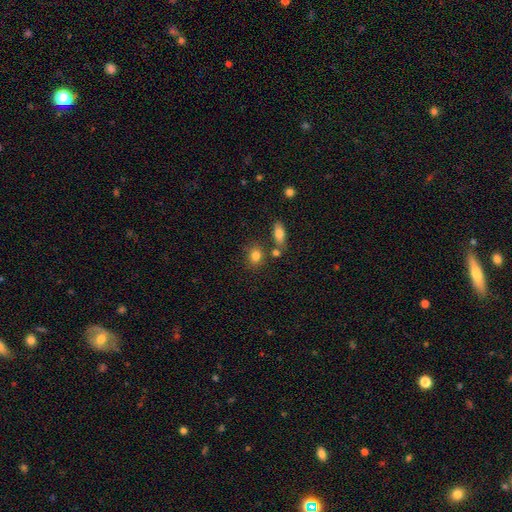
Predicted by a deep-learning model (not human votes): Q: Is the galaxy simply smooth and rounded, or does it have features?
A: smooth — 82%.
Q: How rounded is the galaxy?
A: round — 60%.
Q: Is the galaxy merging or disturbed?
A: none — 70%.